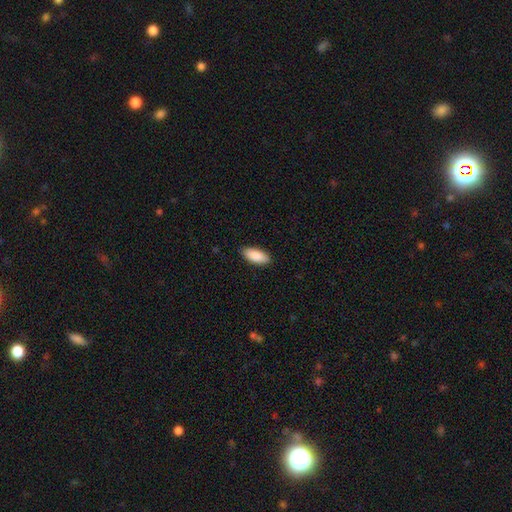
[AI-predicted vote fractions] Smooth or featured? smooth (89%)
How rounded? in between (88%)
Merging? none (87%)